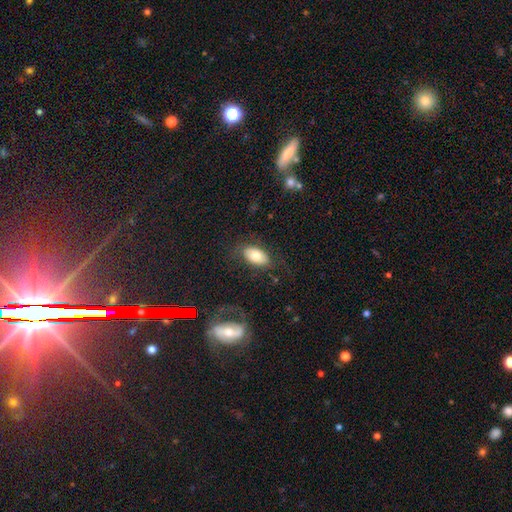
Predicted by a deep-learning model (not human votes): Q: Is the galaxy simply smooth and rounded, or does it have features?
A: smooth — 71%.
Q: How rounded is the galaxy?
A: in between — 93%.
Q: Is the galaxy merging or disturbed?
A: none — 76%.